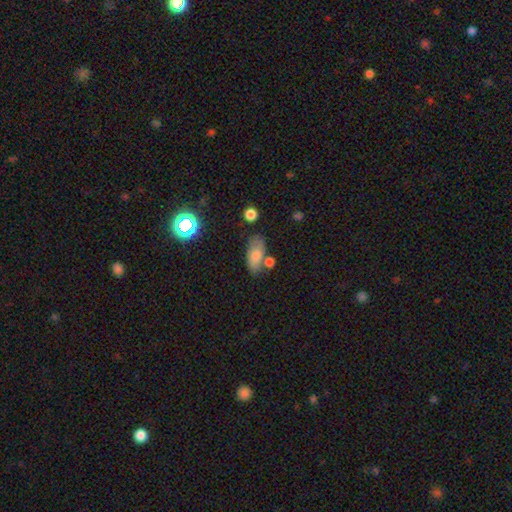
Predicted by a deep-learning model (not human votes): Morphology: type=smooth (74%); roundness=in between (87%); merging=none (65%).